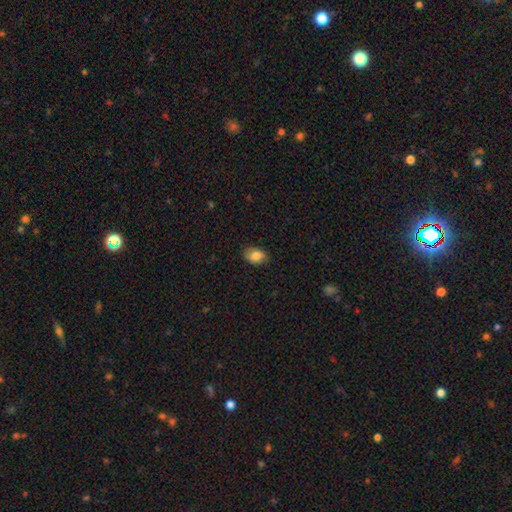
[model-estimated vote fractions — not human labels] smooth_or_featured: smooth (p=0.86) [alt: star or artifact p=0.08]
how_rounded: in between (p=0.80) [alt: round p=0.19]
merging: none (p=0.83) [alt: minor disturbance p=0.14]